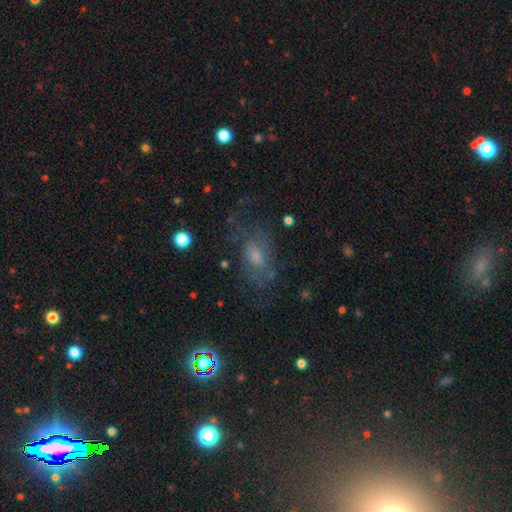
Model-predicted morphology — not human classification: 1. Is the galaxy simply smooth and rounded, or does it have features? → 44% featured or disk, 41% smooth, 14% star or artifact.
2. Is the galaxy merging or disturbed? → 47% none, 27% major disturbance, 22% minor disturbance, 3% merger.